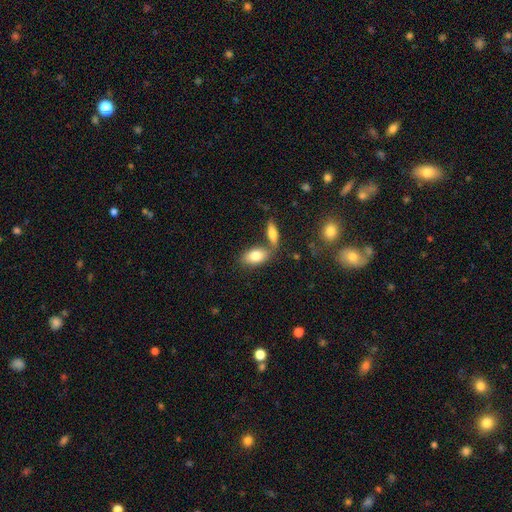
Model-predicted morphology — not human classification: A smooth galaxy with no disk features (80%) that is in between round and cigar-shaped (91%).

Vote fractions:
- Smooth or featured? smooth: 80% / featured or disk: 13% / star or artifact: 6%
- How rounded? in between: 91% / round: 5% / cigar-shaped: 4%
- Merging? none: 54% / merger: 31% / minor disturbance: 12% / major disturbance: 4%